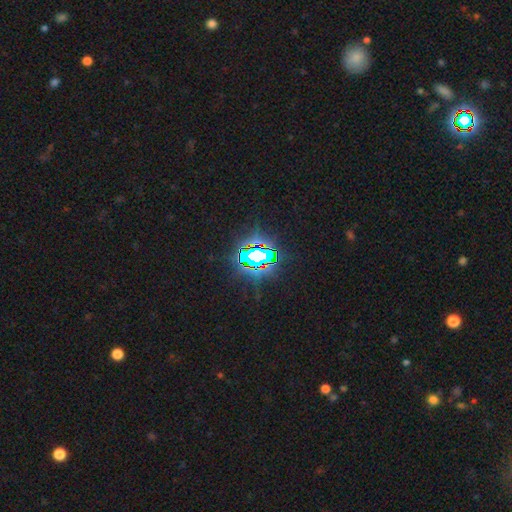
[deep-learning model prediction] Morphology: type=star or artifact (83%).